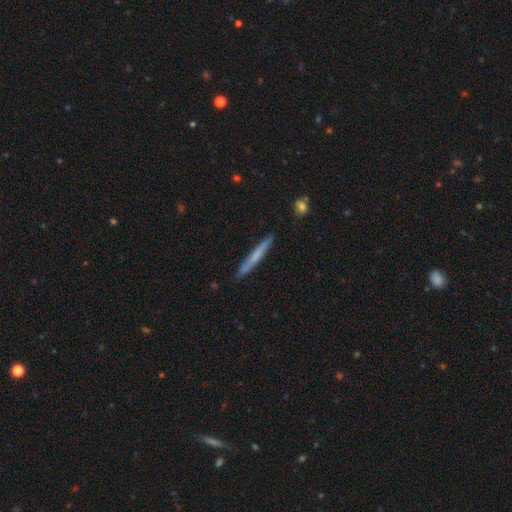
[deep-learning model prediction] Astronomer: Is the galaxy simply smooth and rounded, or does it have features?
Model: smooth — 60%.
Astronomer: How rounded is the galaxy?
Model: cigar-shaped — 97%.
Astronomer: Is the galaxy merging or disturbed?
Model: none — 90%.